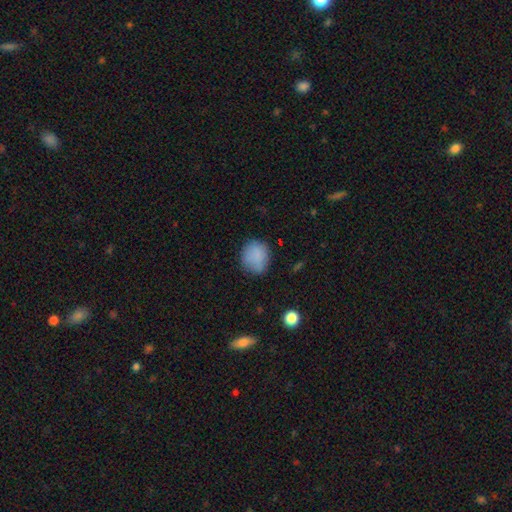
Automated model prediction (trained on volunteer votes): Overall: smooth (83%). How rounded: round (77%). Merging: none (71%).